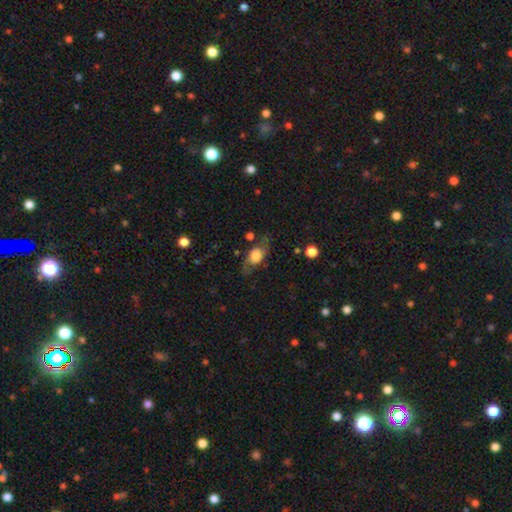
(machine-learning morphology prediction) A smooth galaxy with no disk features (48%).

Vote fractions:
- Smooth or featured? smooth: 48% / featured or disk: 45% / star or artifact: 8%
- Merging? none: 68% / minor disturbance: 19% / major disturbance: 11% / merger: 2%